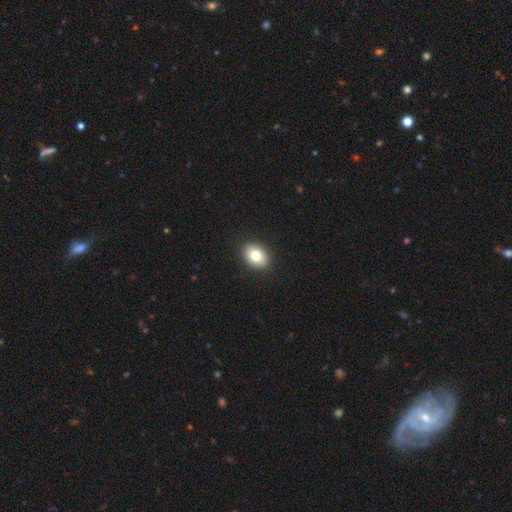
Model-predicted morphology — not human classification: Smooth or featured? smooth (81%)
How rounded? in between (72%)
Merging? none (90%)